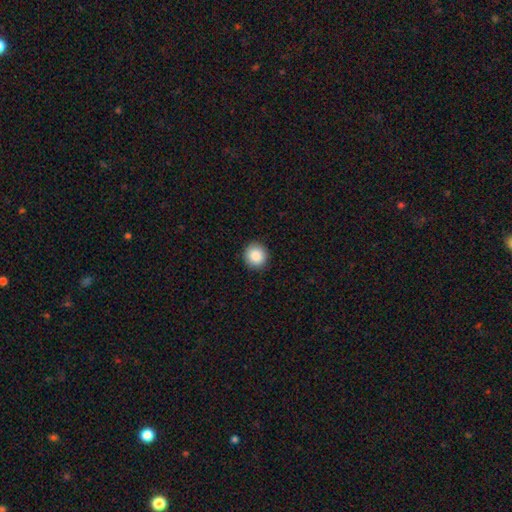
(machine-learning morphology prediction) This is clearly a smooth galaxy (88%). How rounded: clearly round (93%). Merging: clearly none (92%).